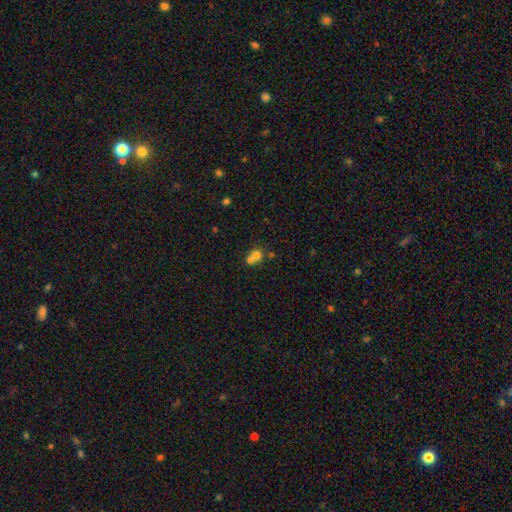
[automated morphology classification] smooth_or_featured: smooth (p=0.69) [alt: featured or disk p=0.17]
how_rounded: round (p=0.77) [alt: in between p=0.22]
merging: merger (p=0.62) [alt: none p=0.30]